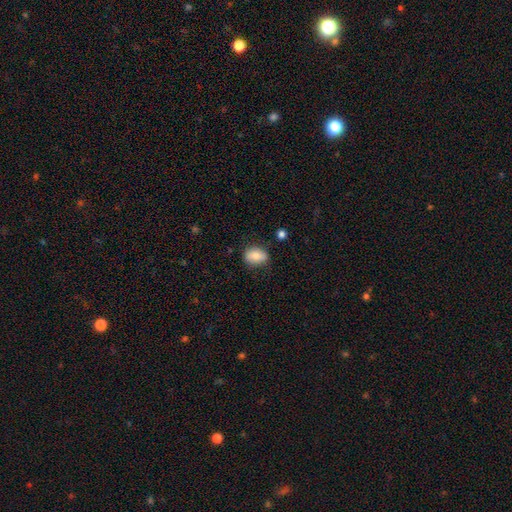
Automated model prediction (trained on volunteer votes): This appears to be a smooth galaxy with no disk features (78%) that is in between round and cigar-shaped (63%). Merging: none (76%).